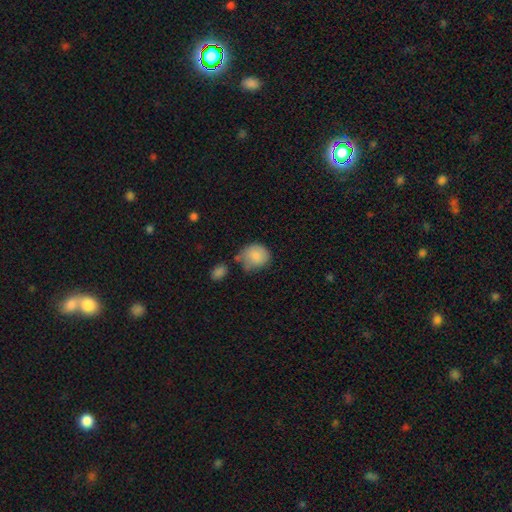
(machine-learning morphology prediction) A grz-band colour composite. It shows a smooth galaxy with no disk features (84%) that is round (71%). Merging: none (48%).